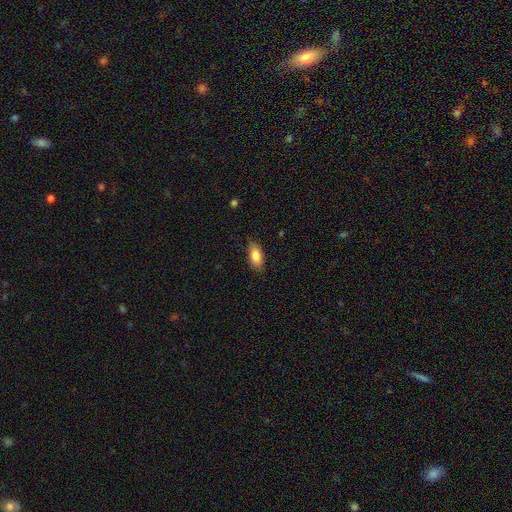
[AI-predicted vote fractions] Smooth or featured?
  - smooth: 83% *
  - featured or disk: 10%
  - star or artifact: 7%
How rounded?
  - in between: 88% *
  - cigar-shaped: 9%
  - round: 3%
Merging?
  - none: 83% *
  - minor disturbance: 14%
  - major disturbance: 3%
  - merger: 1%